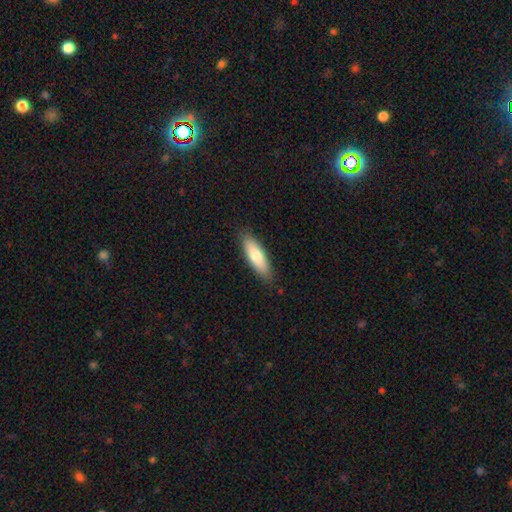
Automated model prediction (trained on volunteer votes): Smooth or featured: smooth — 73% (featured or disk — 22%)
How rounded: in between — 49% (tied with cigar-shaped — 49%)
Merging: none — 86% (minor disturbance — 11%)